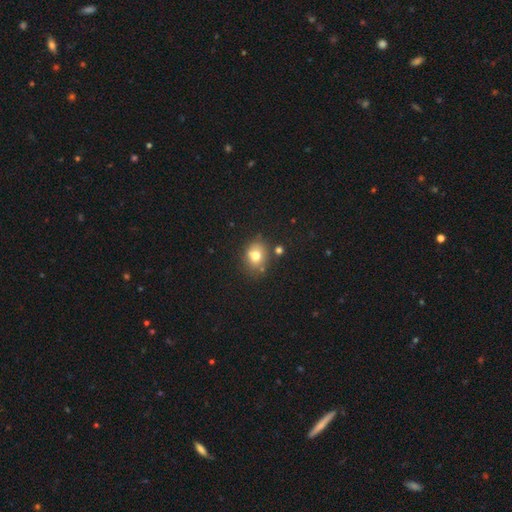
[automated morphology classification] Q: Smooth or featured?
A: smooth (74%); runner-up: featured or disk (13%)
Q: How rounded?
A: round (61%); runner-up: in between (38%)
Q: Merging?
A: none (71%); runner-up: minor disturbance (15%)